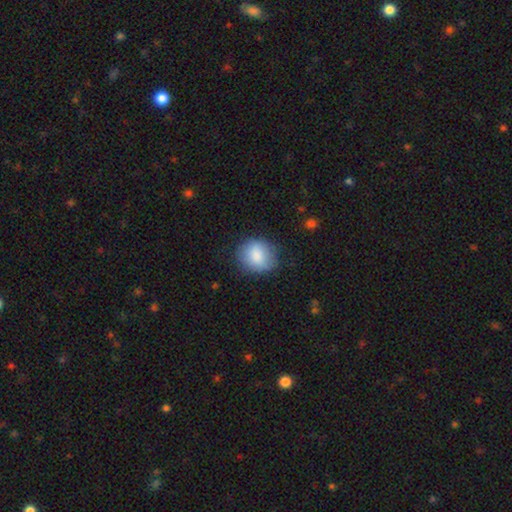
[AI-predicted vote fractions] smooth_or_featured: smooth (p=0.85) [alt: featured or disk p=0.08]
how_rounded: round (p=0.72) [alt: in between p=0.27]
merging: none (p=0.76) [alt: minor disturbance p=0.18]